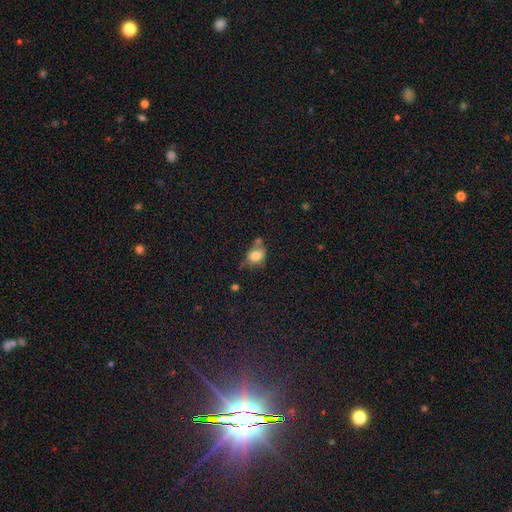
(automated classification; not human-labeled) Overall: smooth (77%). How rounded: in between (56%; round 42%). Merging: none (41%; minor disturbance 26%).